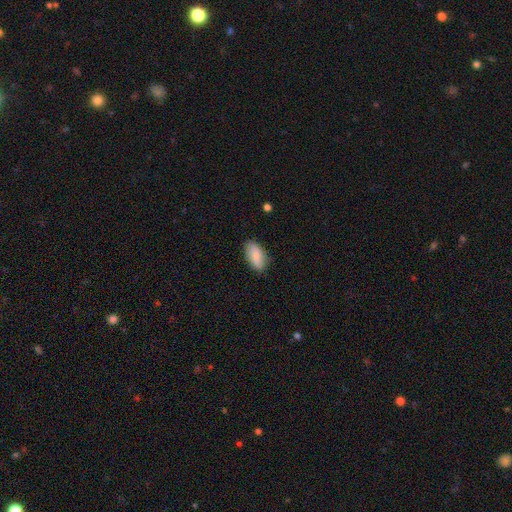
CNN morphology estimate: type=smooth (81%); roundness=in between (92%); merging=none (83%).